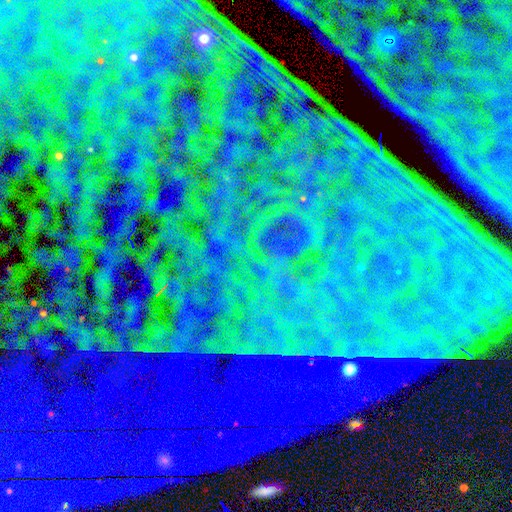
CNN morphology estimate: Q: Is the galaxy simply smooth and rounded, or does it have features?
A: star or artifact — 87%.